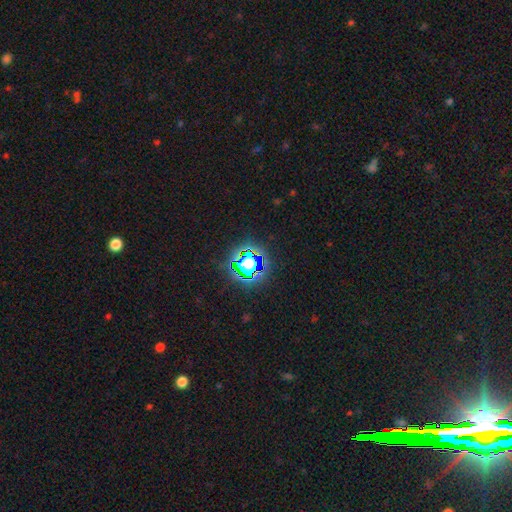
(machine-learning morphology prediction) Smooth or featured? Predicted: star or artifact (p=0.80).